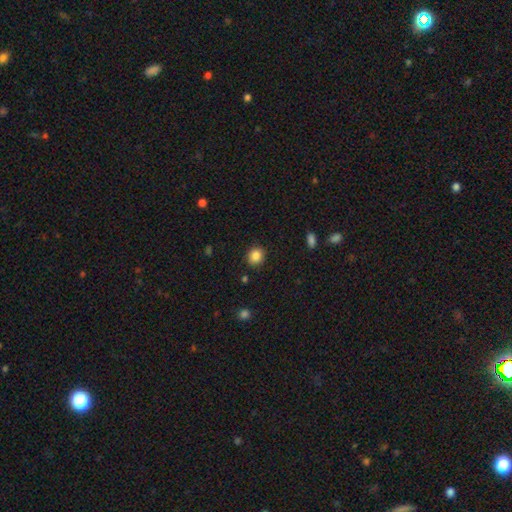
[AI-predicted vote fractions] smooth-or-featured: smooth: 85% | star or artifact: 10% | featured or disk: 5%
  how-rounded: round: 79% | in between: 20% | cigar-shaped: 1%
  merging: none: 89% | minor disturbance: 8% | major disturbance: 2% | merger: 1%